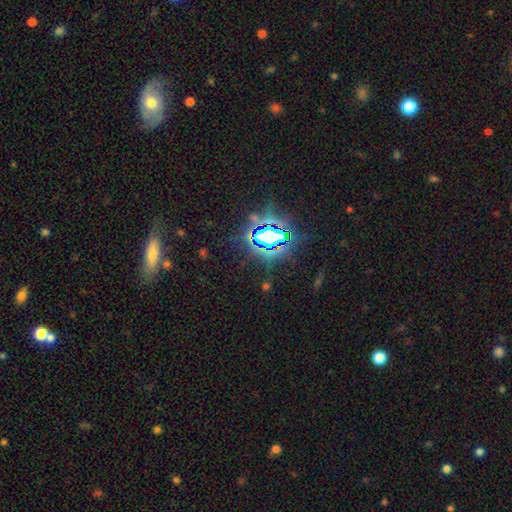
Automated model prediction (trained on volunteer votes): star or artifact 70%, smooth 19%, featured or disk 12%.